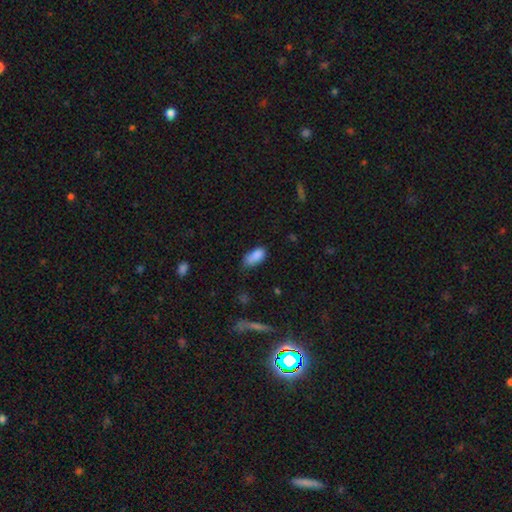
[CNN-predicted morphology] A smooth galaxy with no disk features (85%) that is in between round and cigar-shaped (90%).

Vote fractions:
- Smooth or featured? smooth: 85% / star or artifact: 8% / featured or disk: 7%
- How rounded? in between: 90% / cigar-shaped: 6% / round: 3%
- Merging? none: 49% / minor disturbance: 37% / major disturbance: 9% / merger: 5%